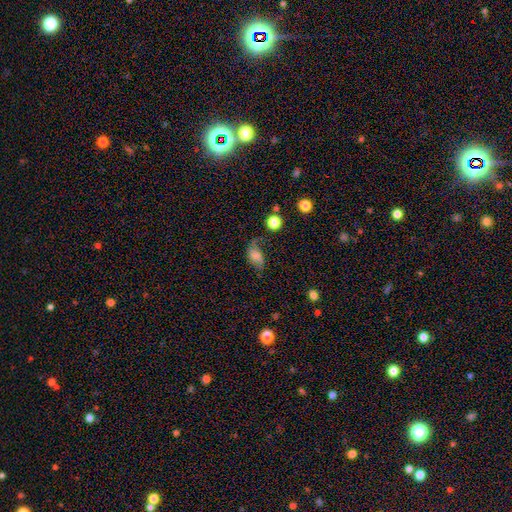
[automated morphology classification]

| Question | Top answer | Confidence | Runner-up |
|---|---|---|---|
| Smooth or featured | smooth | 52% | featured or disk (36%) |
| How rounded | in between | 84% | round (13%) |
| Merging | none | 46% | minor disturbance (30%) |